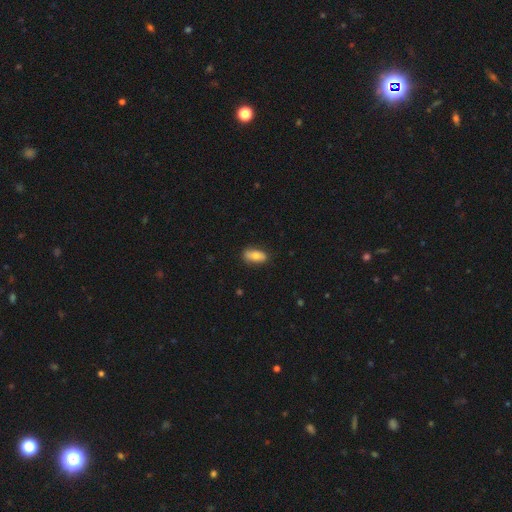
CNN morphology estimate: This appears to be a smooth galaxy with no disk features (72%) that is in between round and cigar-shaped (85%). Merging: none (80%).